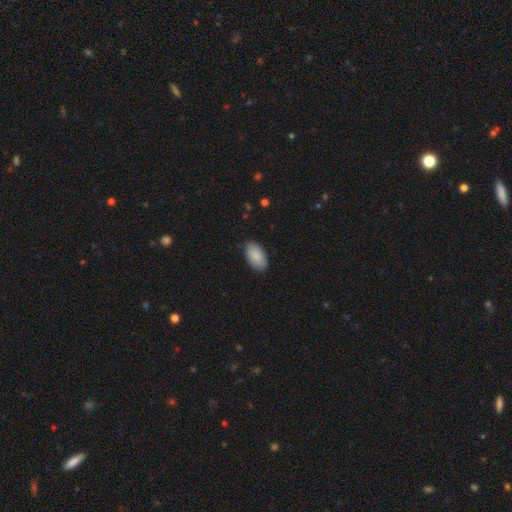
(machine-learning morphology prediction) Smooth or featured?
  - smooth: 88% *
  - star or artifact: 6%
  - featured or disk: 6%
How rounded?
  - in between: 95% *
  - round: 3%
  - cigar-shaped: 2%
Merging?
  - none: 86% *
  - minor disturbance: 11%
  - major disturbance: 2%
  - merger: 1%